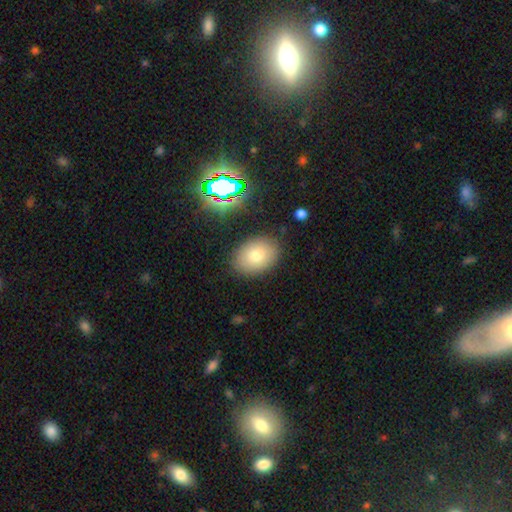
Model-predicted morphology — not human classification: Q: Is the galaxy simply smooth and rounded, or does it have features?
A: smooth — 75%.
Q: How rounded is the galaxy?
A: in between — 74%.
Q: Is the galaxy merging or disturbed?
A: none — 86%.